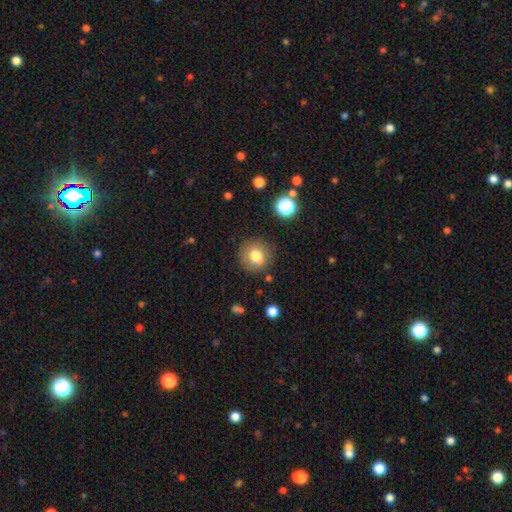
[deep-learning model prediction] The model was most divided on "smooth or featured": smooth: 76%, featured or disk: 13%, star or artifact: 11%. More confident: how rounded — round (81%); merging — none (79%).